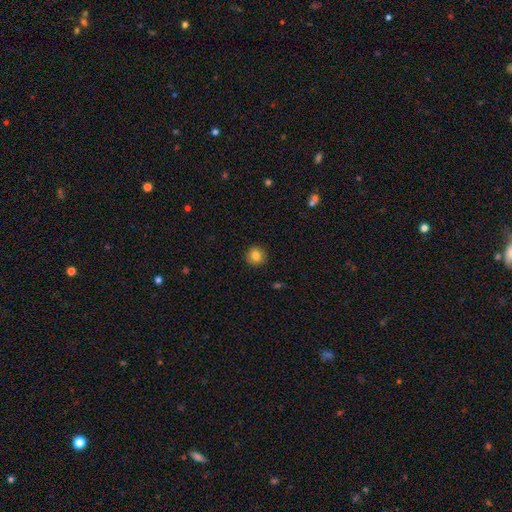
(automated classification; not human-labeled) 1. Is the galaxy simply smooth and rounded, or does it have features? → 83% smooth, 10% star or artifact, 7% featured or disk.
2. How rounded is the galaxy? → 91% round, 8% in between, 1% cigar-shaped.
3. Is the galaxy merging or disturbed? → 91% none, 6% minor disturbance, 2% major disturbance, 1% merger.